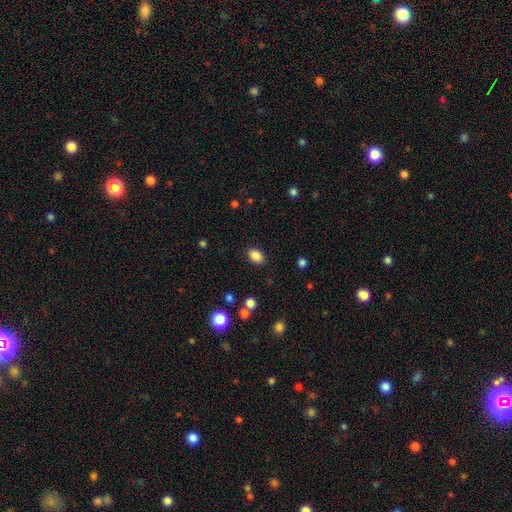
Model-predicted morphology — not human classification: Q: Smooth or featured?
A: smooth (86%); runner-up: star or artifact (10%)
Q: How rounded?
A: in between (73%); runner-up: round (26%)
Q: Merging?
A: none (88%); runner-up: minor disturbance (8%)